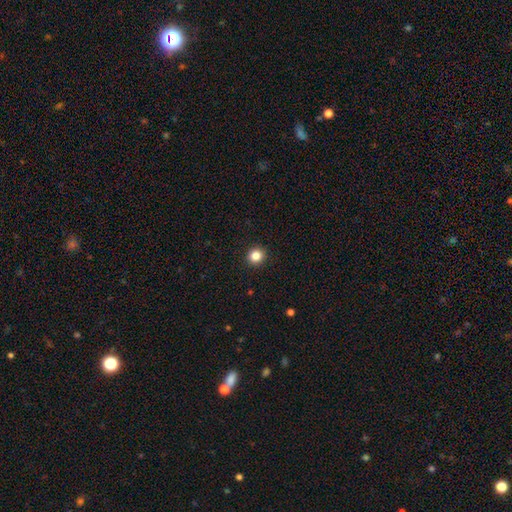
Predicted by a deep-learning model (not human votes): smooth_or_featured: smooth (p=0.85) [alt: star or artifact p=0.11]
how_rounded: round (p=0.88) [alt: in between p=0.11]
merging: none (p=0.93) [alt: minor disturbance p=0.05]